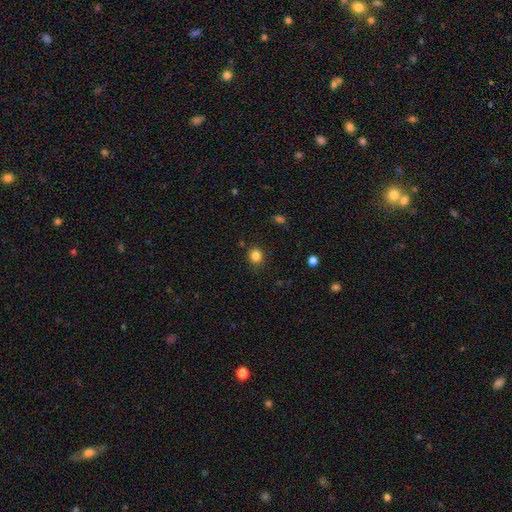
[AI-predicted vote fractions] A smooth galaxy with no disk features (83%) that is round (84%). Merging: none (87%).